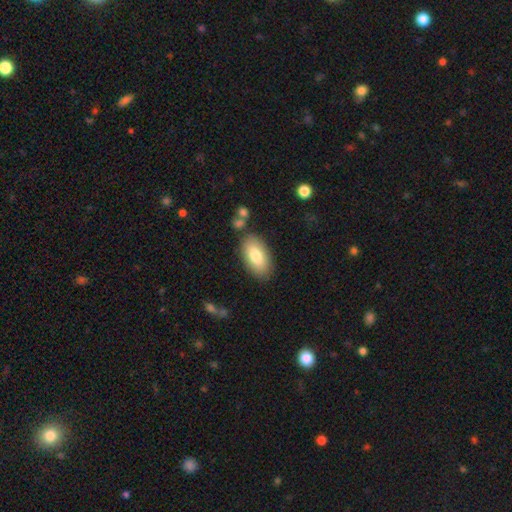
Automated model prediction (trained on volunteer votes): Morphology: type=smooth (79%); roundness=in between (93%); merging=none (81%).